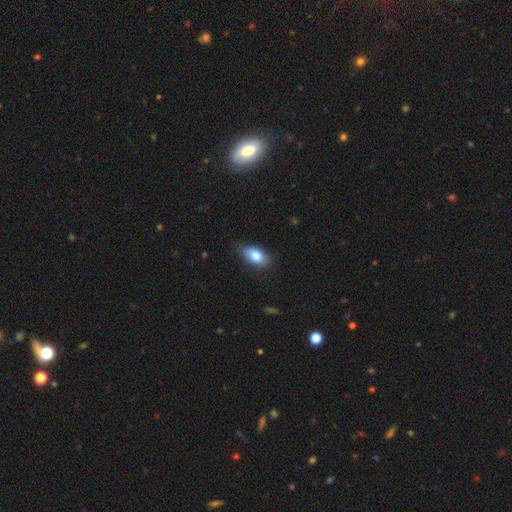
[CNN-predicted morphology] smooth 81%, featured or disk 12%, star or artifact 7%. Down the decision tree: how rounded — in between (90%); merging — none (79%).